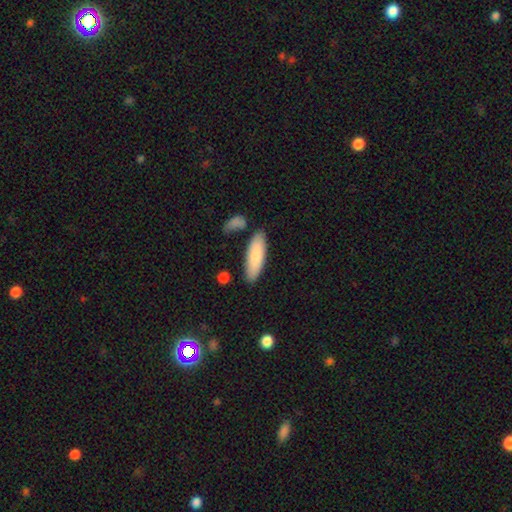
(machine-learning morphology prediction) The model was most divided on "how rounded": in between: 54%, cigar-shaped: 44%, round: 2%. More confident: smooth or featured — smooth (84%); merging — none (80%).